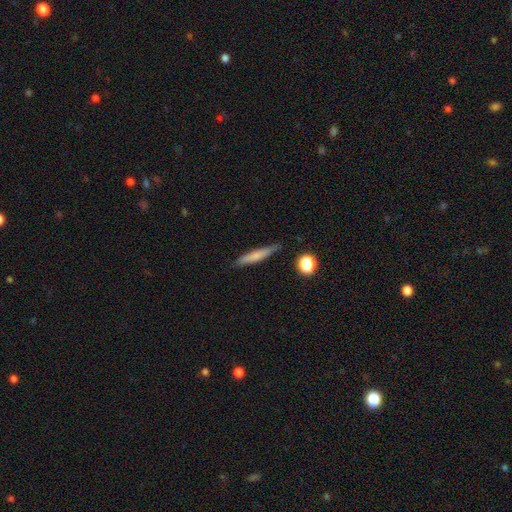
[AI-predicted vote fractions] Smooth or featured? smooth (67%)
How rounded? cigar-shaped (91%)
Merging? none (85%)